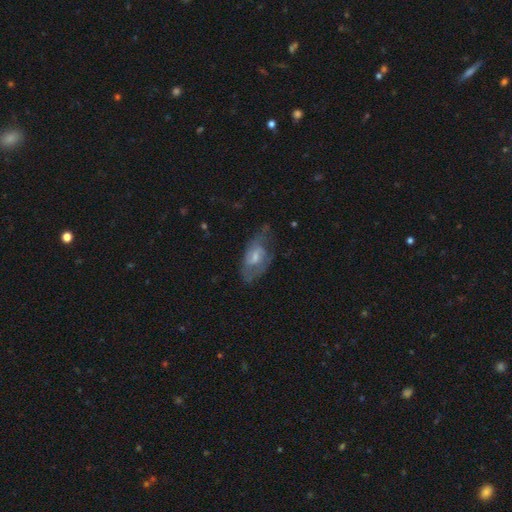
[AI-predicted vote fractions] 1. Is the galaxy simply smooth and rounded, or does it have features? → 57% featured or disk, 34% smooth, 9% star or artifact.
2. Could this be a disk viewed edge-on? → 91% no, 9% yes.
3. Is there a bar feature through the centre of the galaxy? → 53% no, 39% weak, 8% strong.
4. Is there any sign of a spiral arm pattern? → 62% yes, 38% no.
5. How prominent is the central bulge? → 45% moderate, 41% small, 8% none, 6% large, 1% dominant.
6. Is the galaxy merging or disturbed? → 54% none, 27% minor disturbance, 17% major disturbance, 2% merger.